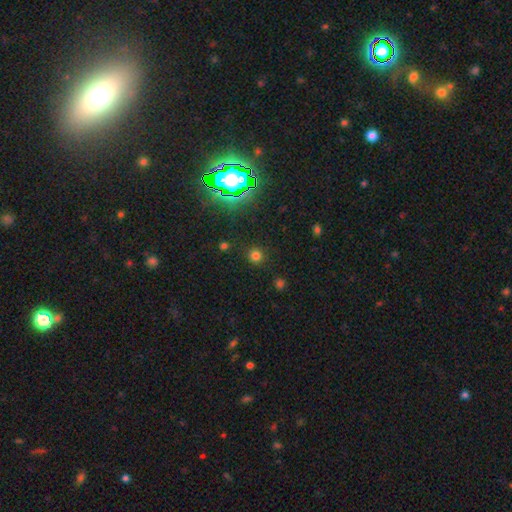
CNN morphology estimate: smooth-or-featured: smooth: 70% | star or artifact: 25% | featured or disk: 6%
  how-rounded: round: 93% | in between: 6% | cigar-shaped: 1%
  merging: none: 88% | minor disturbance: 7% | major disturbance: 3% | merger: 2%